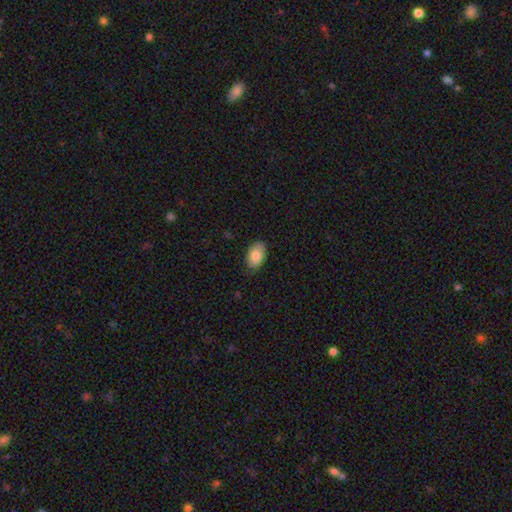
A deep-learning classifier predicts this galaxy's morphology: Smooth or featured? smooth (83%)
How rounded? in between (92%)
Merging? none (81%)